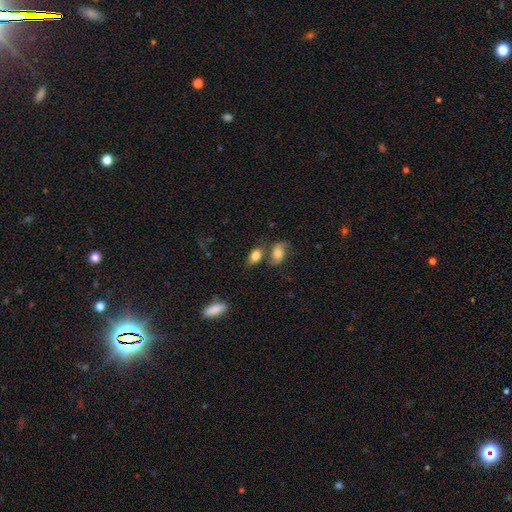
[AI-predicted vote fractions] A smooth galaxy with no disk features (80%) that is in between round and cigar-shaped (85%).

Vote fractions:
- Smooth or featured? smooth: 80% / featured or disk: 12% / star or artifact: 9%
- How rounded? in between: 85% / round: 12% / cigar-shaped: 3%
- Merging? none: 55% / merger: 26% / minor disturbance: 14% / major disturbance: 5%